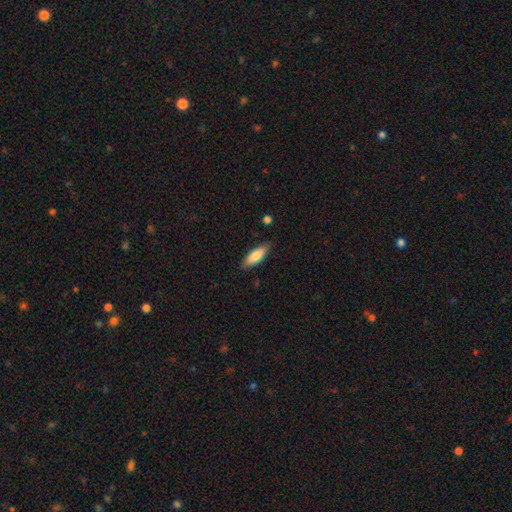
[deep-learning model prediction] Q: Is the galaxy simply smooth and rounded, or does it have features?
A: smooth — 79%.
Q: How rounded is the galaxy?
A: in between — 62%.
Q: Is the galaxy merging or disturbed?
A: none — 84%.